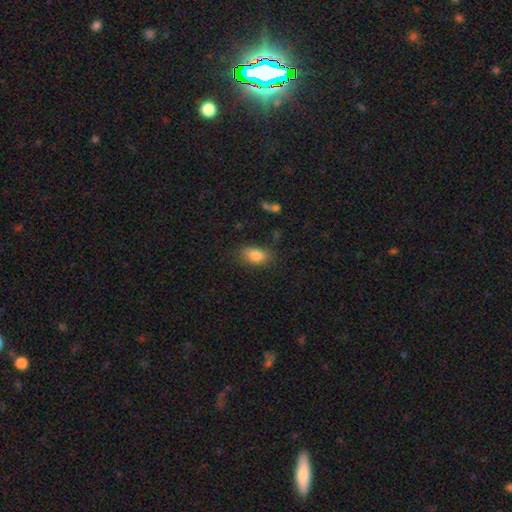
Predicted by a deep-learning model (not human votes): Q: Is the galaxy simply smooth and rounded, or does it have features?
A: smooth — 83%.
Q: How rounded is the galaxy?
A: in between — 88%.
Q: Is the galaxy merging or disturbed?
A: none — 76%.